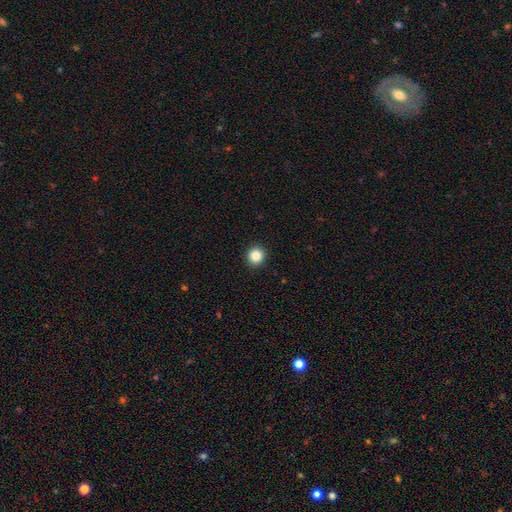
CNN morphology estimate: smooth-or-featured: smooth: 86% | star or artifact: 10% | featured or disk: 4%
  how-rounded: round: 92% | in between: 7% | cigar-shaped: 1%
  merging: none: 93% | minor disturbance: 4% | major disturbance: 1% | merger: 1%